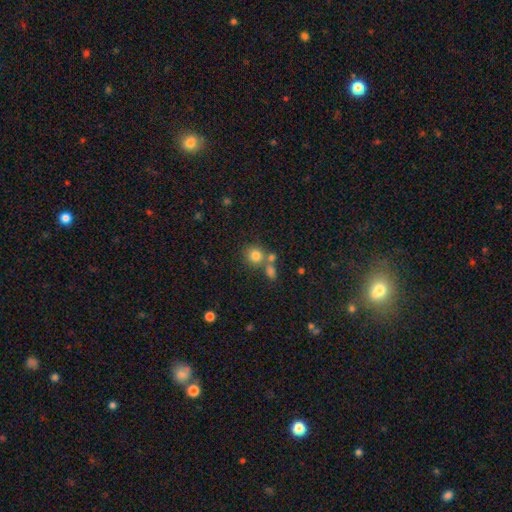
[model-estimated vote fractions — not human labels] Smooth or featured? smooth (79%)
How rounded? round (87%)
Merging? none (58%)